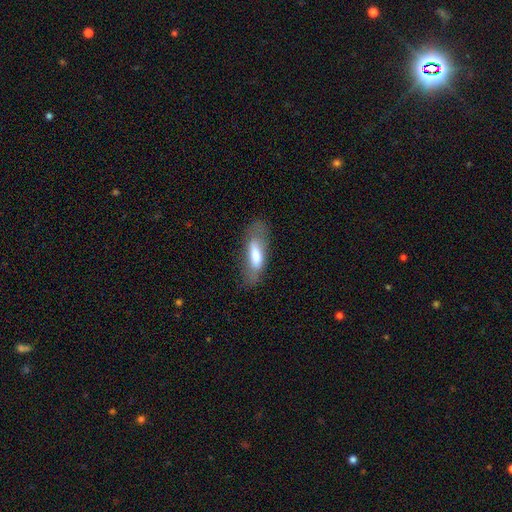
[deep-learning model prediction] The model was most divided on "how rounded": in between: 50%, cigar-shaped: 48%, round: 2%. More confident: merging — none (64%); smooth or featured — smooth (62%).